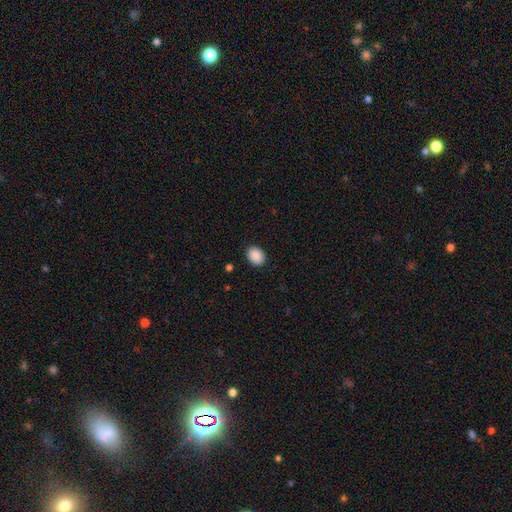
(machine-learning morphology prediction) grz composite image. It shows a smooth galaxy with no disk features (90%) that is in between round and cigar-shaped (63%). Merging: none (90%).